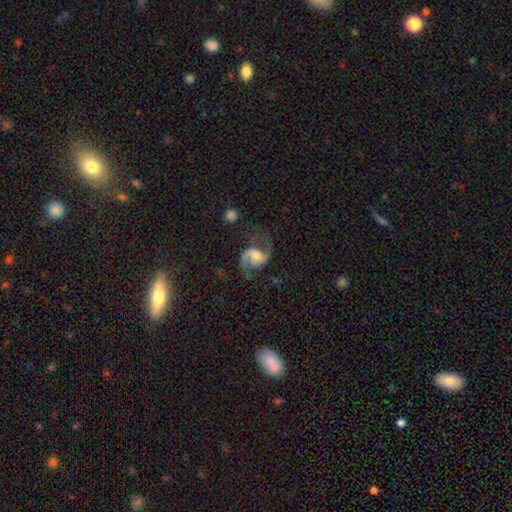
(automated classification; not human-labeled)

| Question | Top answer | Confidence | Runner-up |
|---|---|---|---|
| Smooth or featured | featured or disk | 89% | smooth (6%) |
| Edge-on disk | no | 98% | yes (2%) |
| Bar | no | 46% | weak (41%) |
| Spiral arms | yes | 97% | no (3%) |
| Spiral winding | medium | 48% | loose (43%) |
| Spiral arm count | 2 | 93% | 1 (2%) |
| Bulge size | moderate | 56% | small (21%) |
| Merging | none | 71% | minor disturbance (16%) |